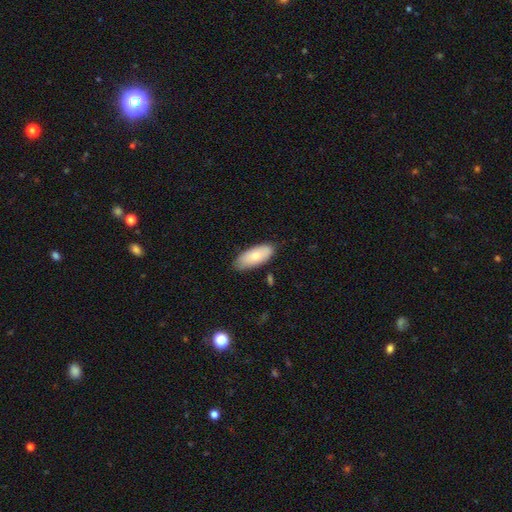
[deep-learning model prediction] smooth 76%, featured or disk 18%, star or artifact 6%. Down the decision tree: how rounded — in between (88%); merging — none (78%).